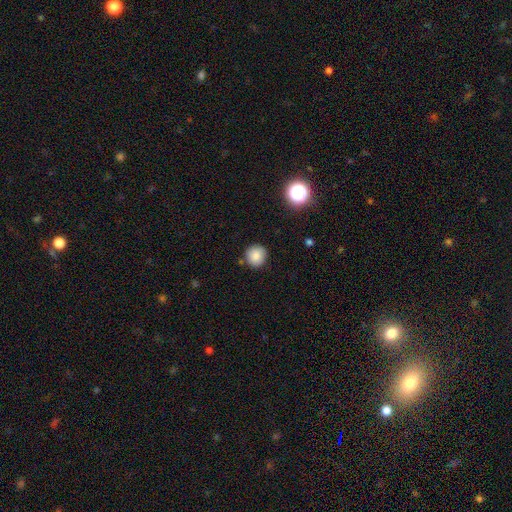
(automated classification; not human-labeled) Smooth or featured?
  - smooth: 85% *
  - star or artifact: 10%
  - featured or disk: 5%
How rounded?
  - round: 93% *
  - in between: 6%
  - cigar-shaped: 1%
Merging?
  - none: 87% *
  - minor disturbance: 9%
  - merger: 2%
  - major disturbance: 2%